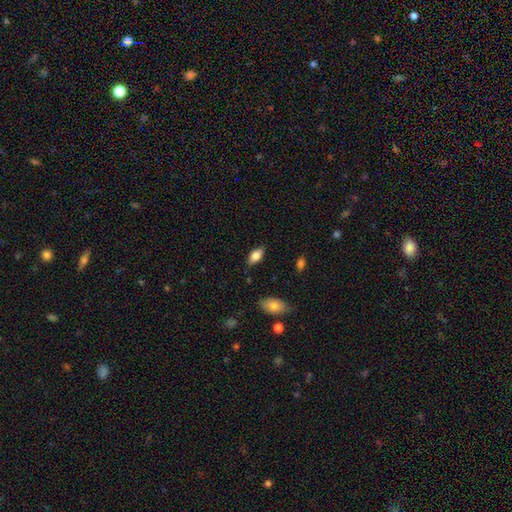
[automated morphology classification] smooth-or-featured: smooth: 78% | featured or disk: 15% | star or artifact: 7%
  how-rounded: in between: 89% | cigar-shaped: 8% | round: 3%
  merging: none: 82% | minor disturbance: 13% | major disturbance: 3% | merger: 2%